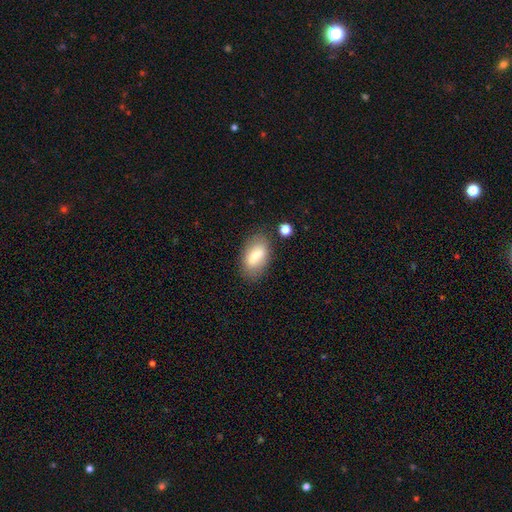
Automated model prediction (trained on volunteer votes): The model was most divided on "smooth or featured": smooth: 71%, featured or disk: 21%, star or artifact: 8%. More confident: how rounded — in between (92%); merging — none (76%).